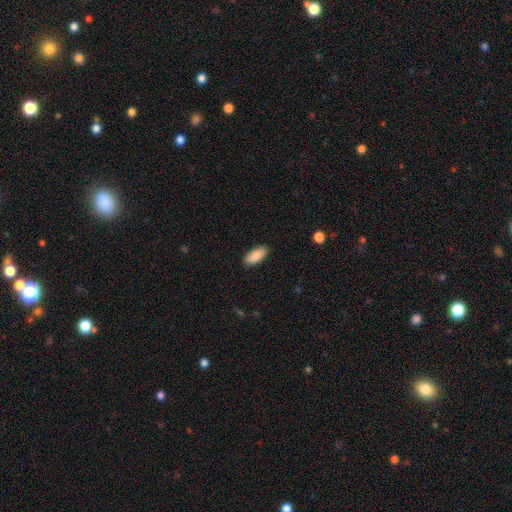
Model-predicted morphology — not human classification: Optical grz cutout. It shows a smooth galaxy with no disk features (90%) that is in between round and cigar-shaped (90%). Merging: none (88%).